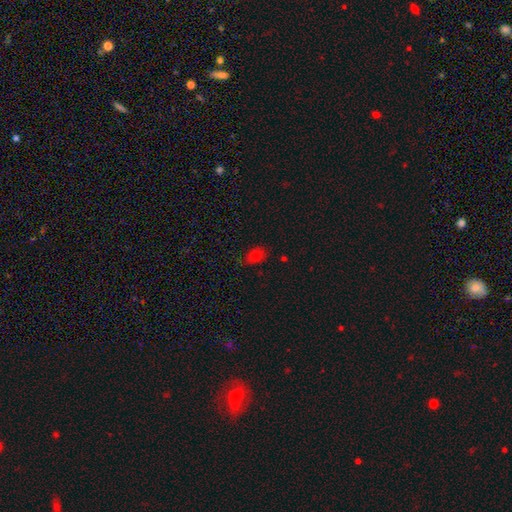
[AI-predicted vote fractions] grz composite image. It shows a smooth galaxy with no disk features (75%) that is in between round and cigar-shaped (75%). Merging: none (66%).